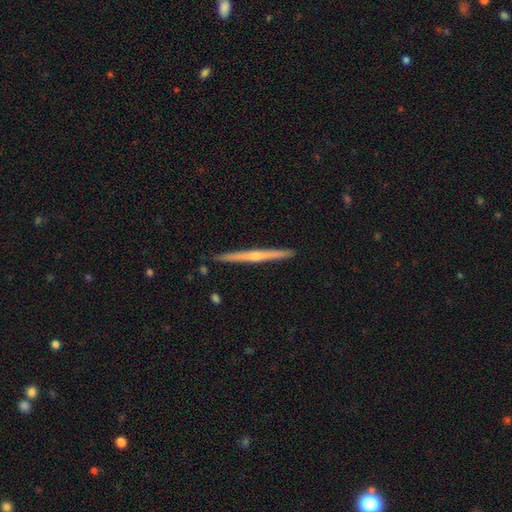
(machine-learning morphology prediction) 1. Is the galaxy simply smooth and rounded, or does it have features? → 67% featured or disk, 27% smooth, 5% star or artifact.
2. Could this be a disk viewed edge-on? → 98% yes, 2% no.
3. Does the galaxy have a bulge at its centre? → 58% rounded, 36% none, 5% boxy.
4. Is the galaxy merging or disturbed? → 92% none, 6% minor disturbance, 1% merger, 1% major disturbance.